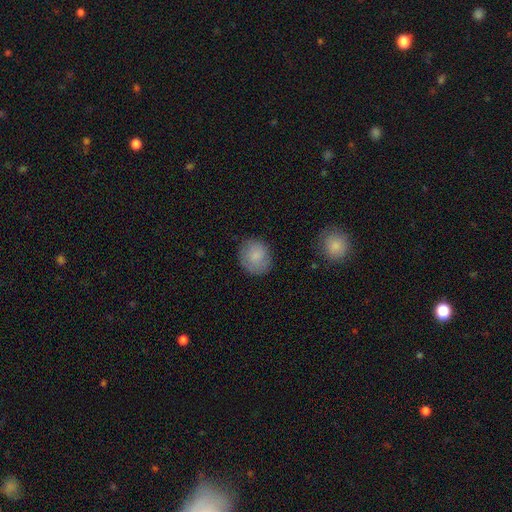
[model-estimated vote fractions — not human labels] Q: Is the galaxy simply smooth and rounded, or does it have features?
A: smooth — 80%.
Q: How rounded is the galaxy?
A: round — 81%.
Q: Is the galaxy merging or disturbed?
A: none — 79%.